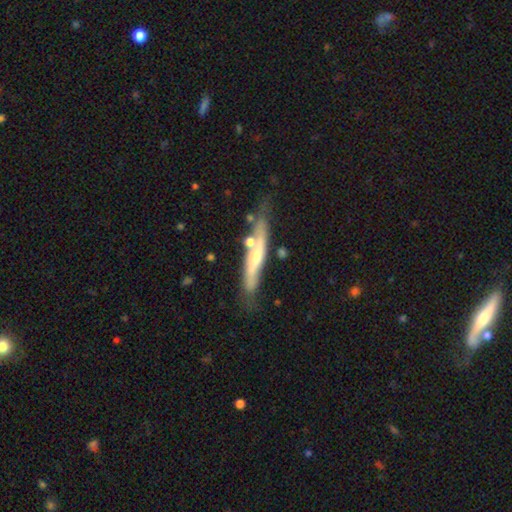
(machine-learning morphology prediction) featured or disk 62%, smooth 32%, star or artifact 6%. Down the decision tree: edge-on disk — yes (70%); merging — none (62%).